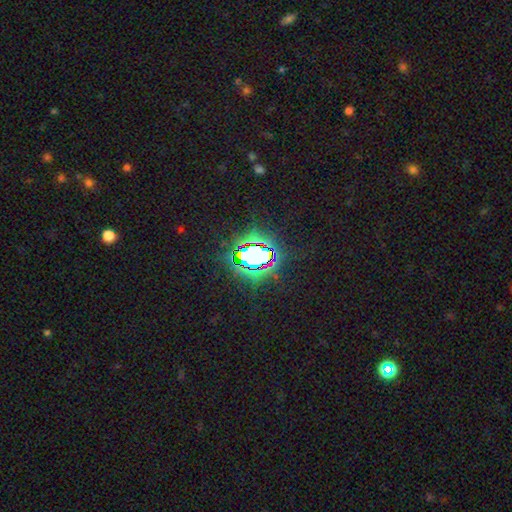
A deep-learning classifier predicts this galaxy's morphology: Smooth or featured? Predicted: star or artifact (p=0.75).